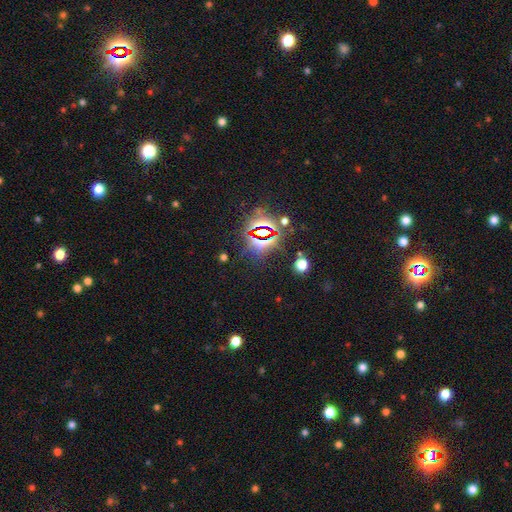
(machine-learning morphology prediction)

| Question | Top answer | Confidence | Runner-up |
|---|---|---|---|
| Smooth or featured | star or artifact | 83% | smooth (10%) |